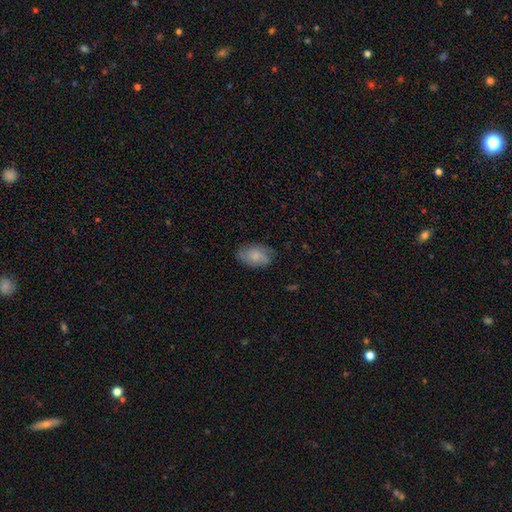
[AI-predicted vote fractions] smooth_or_featured: smooth (p=0.61) [alt: featured or disk p=0.32]
how_rounded: in between (p=0.89) [alt: round p=0.09]
merging: none (p=0.72) [alt: minor disturbance p=0.21]